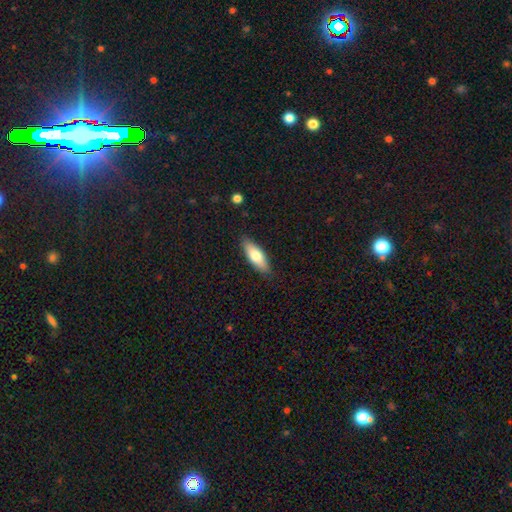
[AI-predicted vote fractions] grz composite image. It shows a smooth galaxy with no disk features (72%) that is in between round and cigar-shaped (64%). Merging: none (86%).